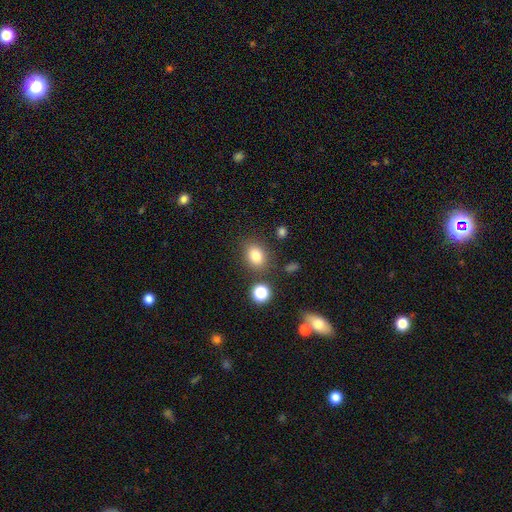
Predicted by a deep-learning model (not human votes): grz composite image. It shows a smooth galaxy with no disk features (80%) that is in between round and cigar-shaped (58%). Merging: none (80%).